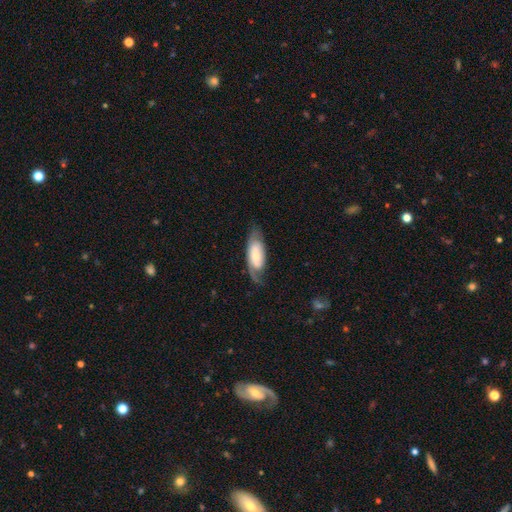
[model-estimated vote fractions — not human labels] Morphology: type=featured or disk (56%); edge-on=no (85%); merging=none (62%).